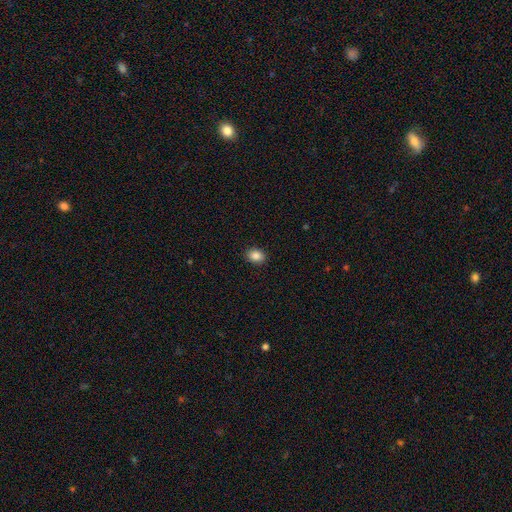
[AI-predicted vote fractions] Overall: smooth (86%). How rounded: in between (62%; round 37%). Merging: none (90%).